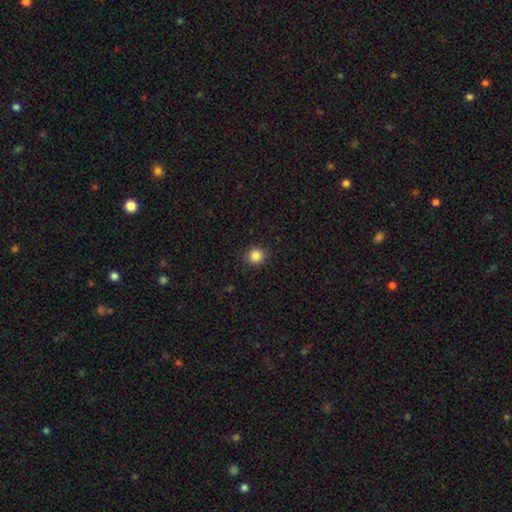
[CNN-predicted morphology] Q: Smooth or featured?
A: smooth (85%); runner-up: star or artifact (11%)
Q: How rounded?
A: round (83%); runner-up: in between (16%)
Q: Merging?
A: none (91%); runner-up: minor disturbance (6%)